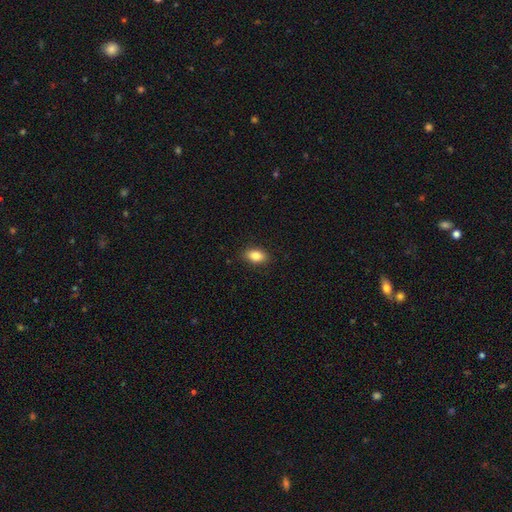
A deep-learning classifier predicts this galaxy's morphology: smooth_or_featured: smooth (p=0.85) [alt: star or artifact p=0.08]
how_rounded: in between (p=0.87) [alt: round p=0.10]
merging: none (p=0.88) [alt: minor disturbance p=0.09]